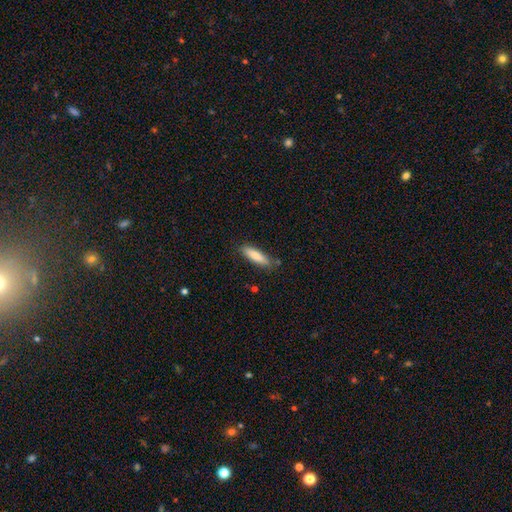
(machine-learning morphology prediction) Smooth or featured? Predicted: smooth (p=0.82). How rounded? Predicted: cigar-shaped (p=0.64). Merging? Predicted: none (p=0.81).